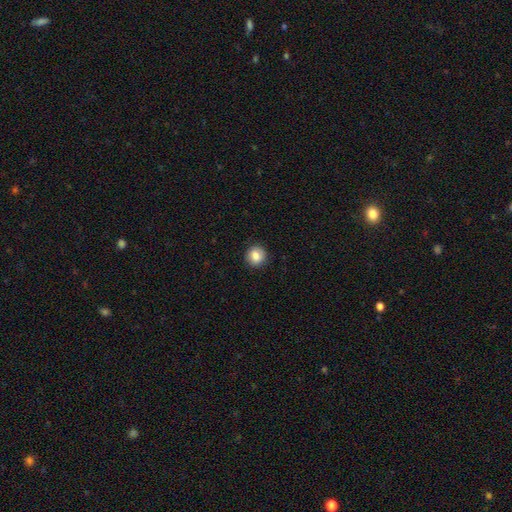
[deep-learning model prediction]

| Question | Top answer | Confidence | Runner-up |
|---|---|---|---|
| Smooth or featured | smooth | 81% | featured or disk (10%) |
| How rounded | round | 86% | in between (13%) |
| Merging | none | 88% | minor disturbance (8%) |